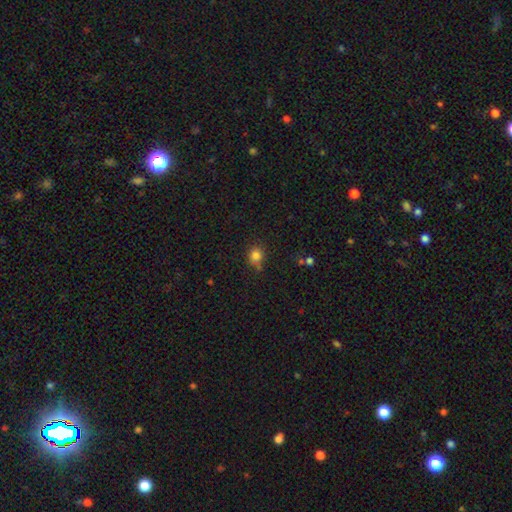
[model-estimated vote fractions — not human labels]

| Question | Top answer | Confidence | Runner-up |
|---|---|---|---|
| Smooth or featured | smooth | 82% | star or artifact (13%) |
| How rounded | round | 82% | in between (17%) |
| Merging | none | 71% | minor disturbance (18%) |